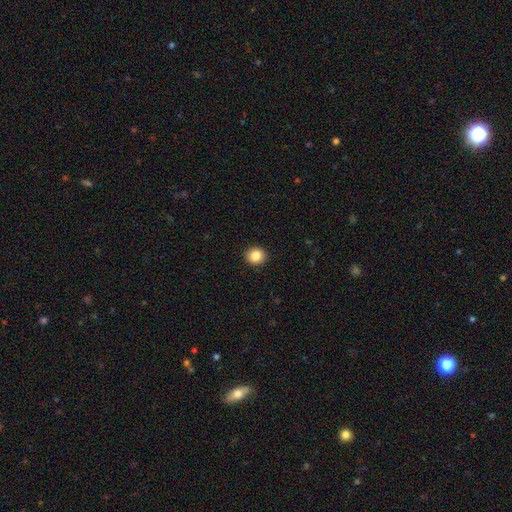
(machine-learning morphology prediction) This appears to be a smooth galaxy with no disk features (86%) that is round (84%). Merging: none (92%).